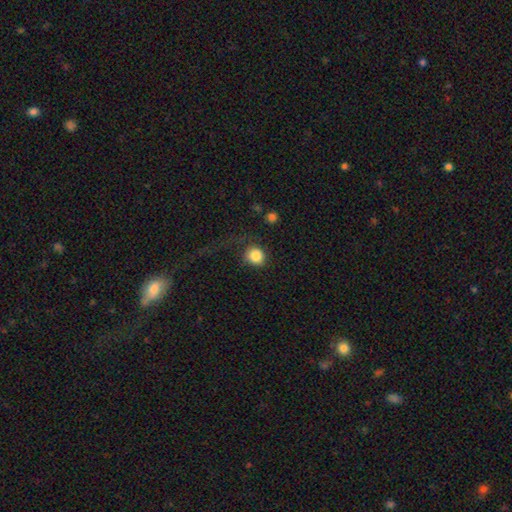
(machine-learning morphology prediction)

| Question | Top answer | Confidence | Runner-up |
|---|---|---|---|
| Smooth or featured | smooth | 86% | star or artifact (9%) |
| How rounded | round | 85% | in between (14%) |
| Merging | none | 70% | minor disturbance (14%) |